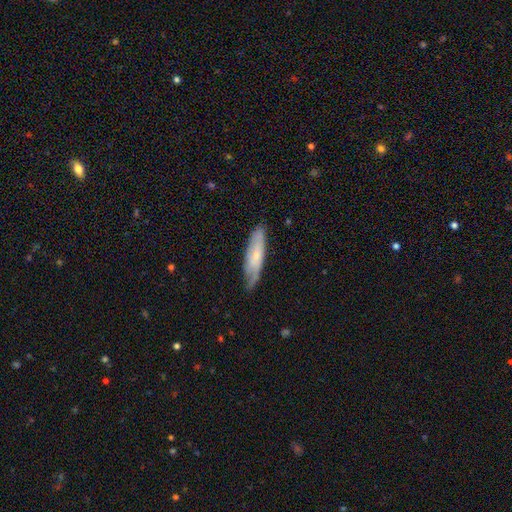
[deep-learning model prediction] A featured or disk galaxy (47%, tied with smooth).

Vote fractions:
- Smooth or featured? featured or disk: 47% (tied) / smooth: 47% (tied) / star or artifact: 6%
- Merging? none: 66% / minor disturbance: 26% / major disturbance: 6% / merger: 2%